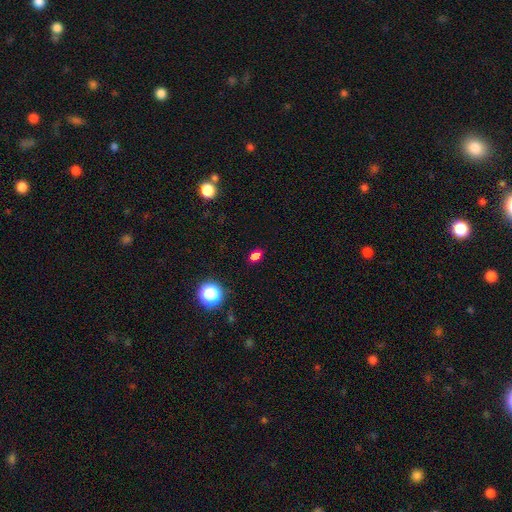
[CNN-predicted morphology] smooth_or_featured: smooth (p=0.62) [alt: star or artifact p=0.32]
how_rounded: in between (p=0.63) [alt: round p=0.35]
merging: none (p=0.77) [alt: minor disturbance p=0.12]